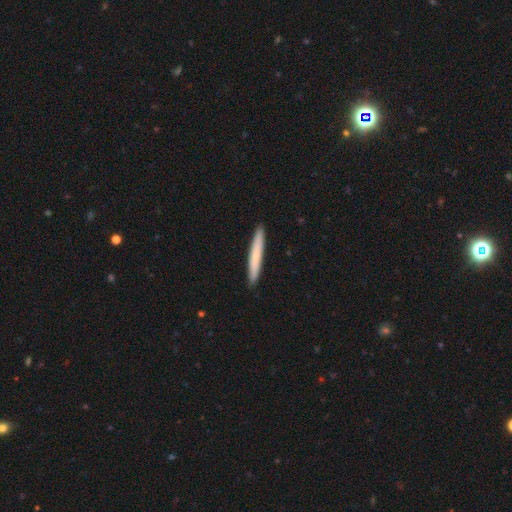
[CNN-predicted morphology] Smooth or featured?
  - smooth: 69% *
  - featured or disk: 26%
  - star or artifact: 5%
How rounded?
  - cigar-shaped: 96% *
  - in between: 3%
  - round: 1%
Merging?
  - none: 92% *
  - minor disturbance: 5%
  - major disturbance: 1%
  - merger: 1%